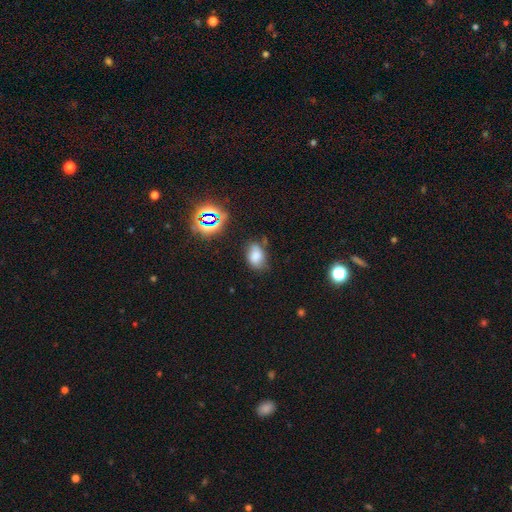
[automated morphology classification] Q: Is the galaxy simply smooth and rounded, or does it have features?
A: smooth — 69%.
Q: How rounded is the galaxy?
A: in between — 81%.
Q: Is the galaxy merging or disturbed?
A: none — 59%.